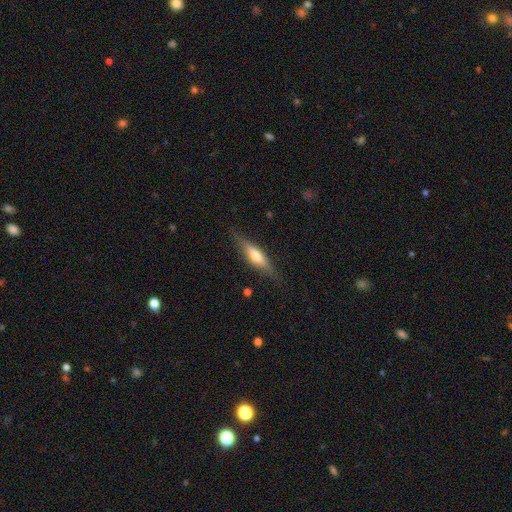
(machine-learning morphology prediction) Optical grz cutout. It shows a smooth galaxy with no disk features (48%). Merging: none (80%).